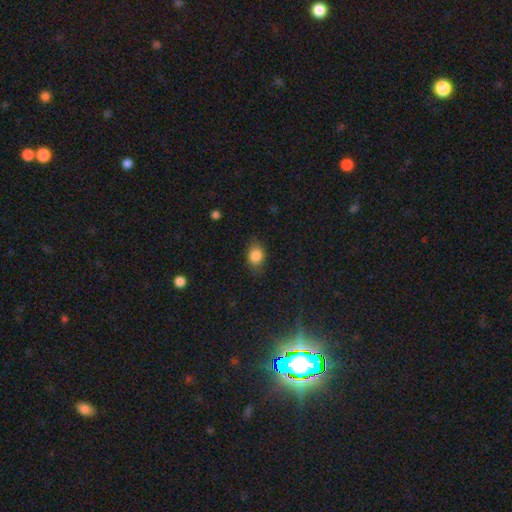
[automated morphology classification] type=smooth (84%); roundness=in between (63%); merging=none (75%).